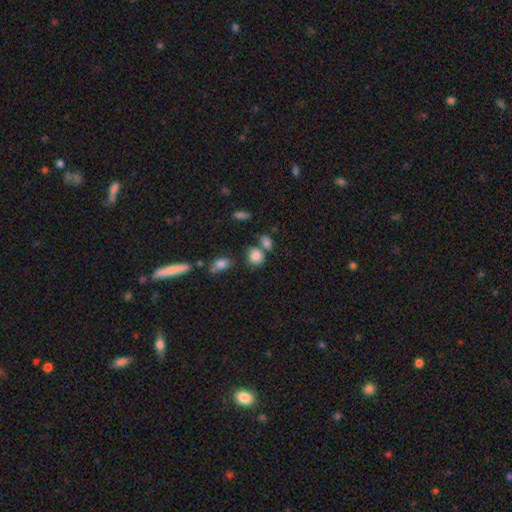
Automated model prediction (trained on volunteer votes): The model was most divided on "merging": none: 57%, merger: 25%, minor disturbance: 13%, major disturbance: 5%. More confident: smooth or featured — smooth (83%); how rounded — round (71%).